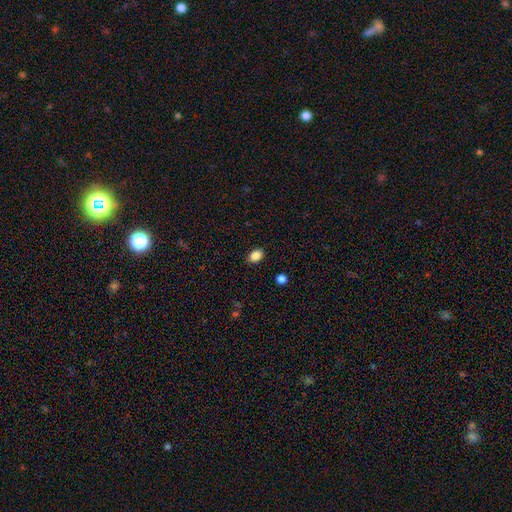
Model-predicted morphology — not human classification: smooth_or_featured: smooth (p=0.87) [alt: star or artifact p=0.09]
how_rounded: in between (p=0.79) [alt: round p=0.20]
merging: none (p=0.88) [alt: minor disturbance p=0.09]